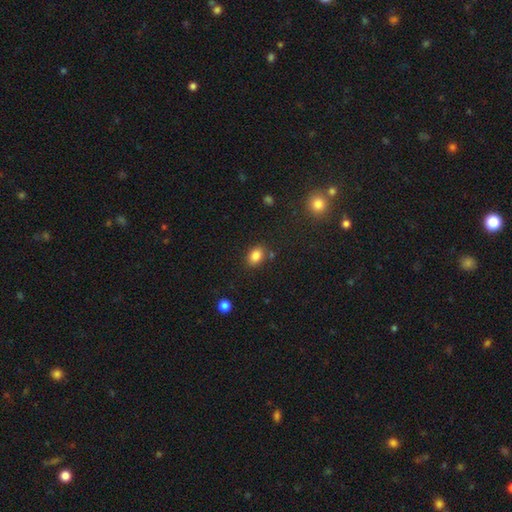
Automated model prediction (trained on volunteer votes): Morphology: type=smooth (84%); roundness=in between (77%); merging=none (78%).